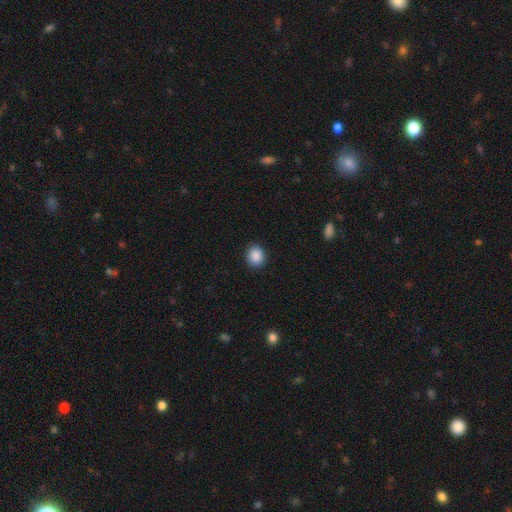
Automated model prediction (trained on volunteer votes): The model was most divided on "how rounded": round: 74%, in between: 25%, cigar-shaped: 1%. More confident: merging — none (91%); smooth or featured — smooth (89%).